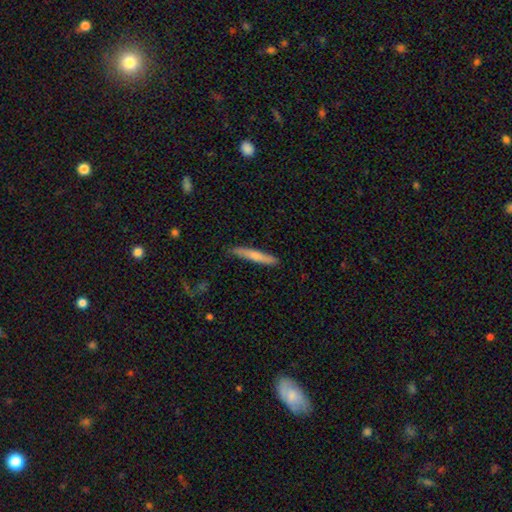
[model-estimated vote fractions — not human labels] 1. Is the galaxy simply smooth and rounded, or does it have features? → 66% smooth, 29% featured or disk, 5% star or artifact.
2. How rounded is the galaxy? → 94% cigar-shaped, 5% in between, 1% round.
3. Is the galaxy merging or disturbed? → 88% none, 9% minor disturbance, 2% major disturbance, 1% merger.